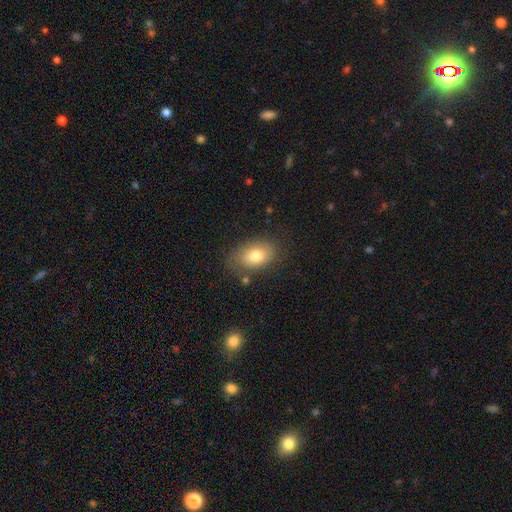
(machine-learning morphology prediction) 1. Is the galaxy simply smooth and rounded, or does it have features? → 78% smooth, 14% featured or disk, 8% star or artifact.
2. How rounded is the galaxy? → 86% in between, 13% round, 1% cigar-shaped.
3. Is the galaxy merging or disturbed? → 73% none, 18% minor disturbance, 6% major disturbance, 3% merger.